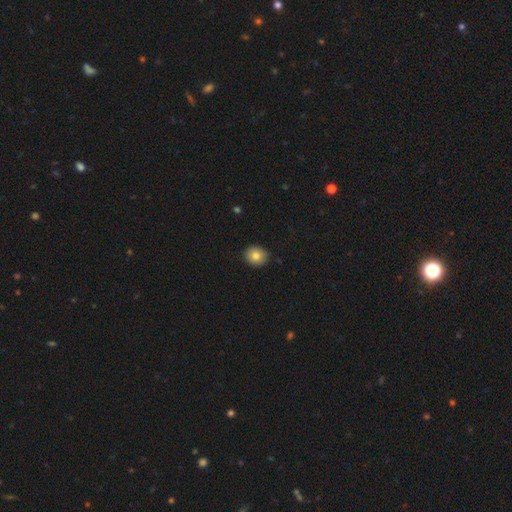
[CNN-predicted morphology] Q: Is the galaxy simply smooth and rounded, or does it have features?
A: smooth — 82%.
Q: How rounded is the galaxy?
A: round — 73%.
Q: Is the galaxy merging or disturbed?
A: none — 89%.